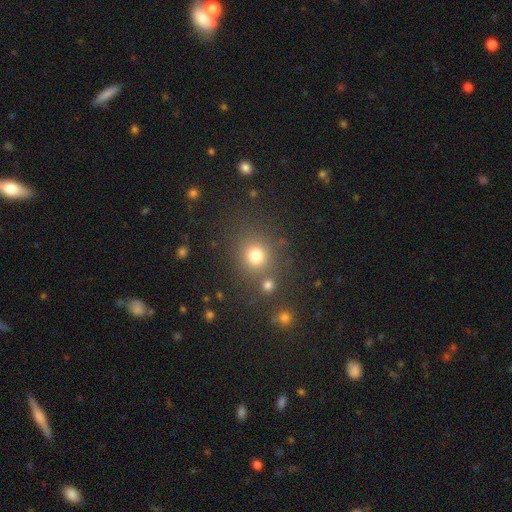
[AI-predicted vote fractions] A smooth galaxy with no disk features (76%) that is round (84%). Merging: none (74%).